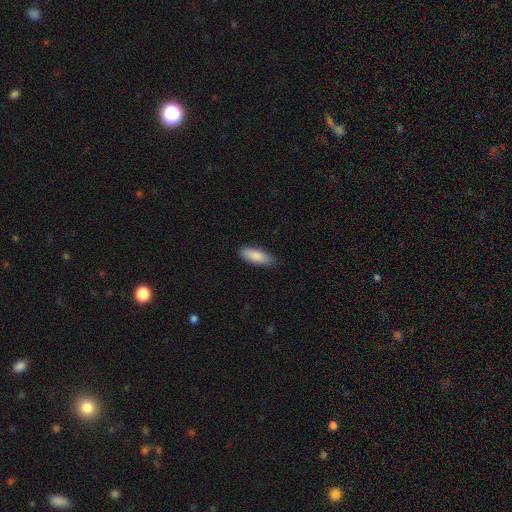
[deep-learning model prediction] This appears to be a smooth galaxy with no disk features (87%) that is in between round and cigar-shaped (69%). Merging: none (86%).